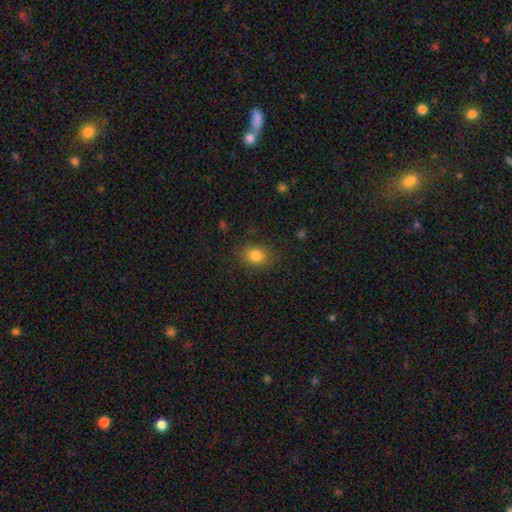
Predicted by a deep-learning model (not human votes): Smooth or featured? smooth (82%)
How rounded? in between (57%)
Merging? none (83%)